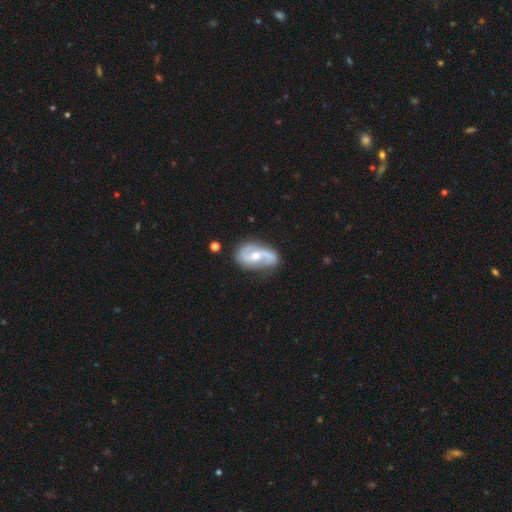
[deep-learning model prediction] Smooth or featured? featured or disk (84%)
Edge-on disk? no (97%)
Bar? no (48%)
Spiral arms? yes (93%)
Spiral winding? medium (43%)
Spiral arm count? 2 (88%)
Bulge size? moderate (72%)
Merging? none (71%)